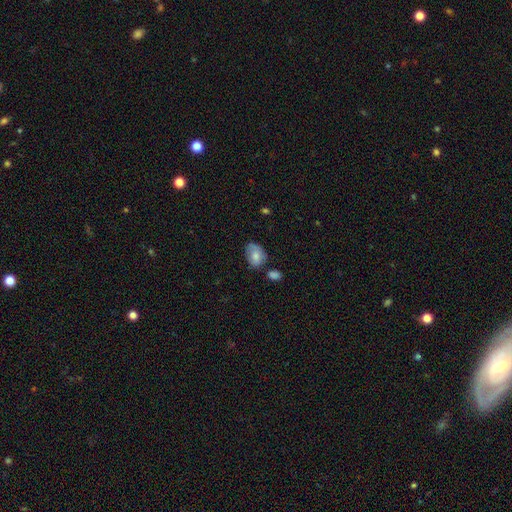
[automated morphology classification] A smooth galaxy with no disk features (72%) that is in between round and cigar-shaped (74%).

Vote fractions:
- Smooth or featured? smooth: 72% / featured or disk: 20% / star or artifact: 8%
- How rounded? in between: 74% / round: 25% / cigar-shaped: 1%
- Merging? none: 51% / minor disturbance: 32% / major disturbance: 10% / merger: 8%